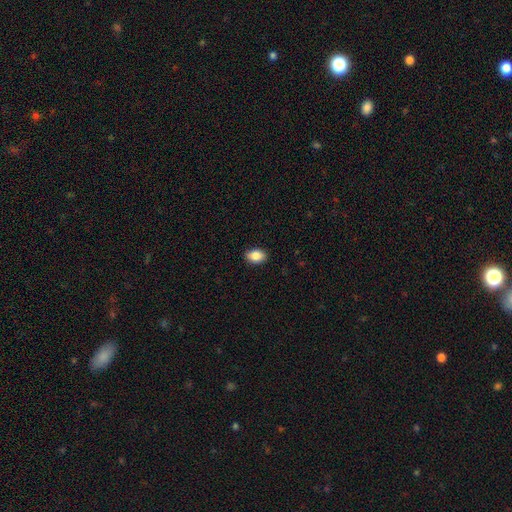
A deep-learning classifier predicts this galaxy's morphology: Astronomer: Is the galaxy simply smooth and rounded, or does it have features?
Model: smooth — 87%.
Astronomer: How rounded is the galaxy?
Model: in between — 83%.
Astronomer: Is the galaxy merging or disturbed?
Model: none — 89%.